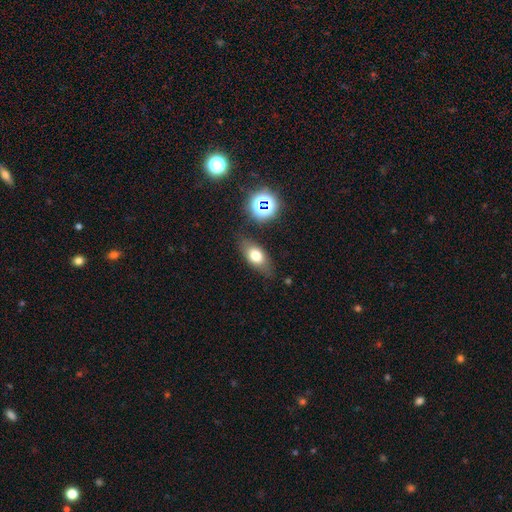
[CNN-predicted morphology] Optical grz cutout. It shows a smooth galaxy with no disk features (70%) that is in between round and cigar-shaped (81%). Merging: none (77%).